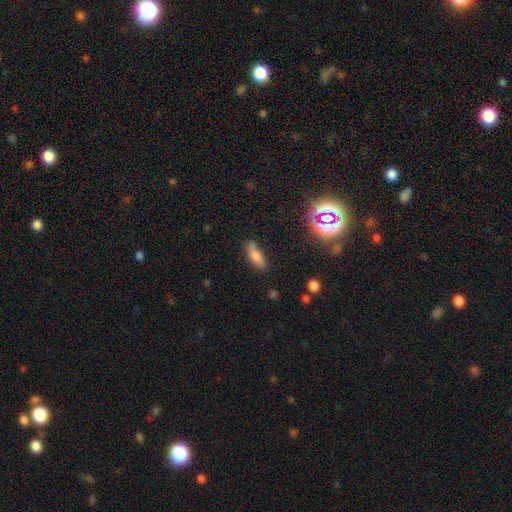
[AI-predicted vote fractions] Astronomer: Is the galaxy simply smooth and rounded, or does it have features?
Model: smooth — 70%.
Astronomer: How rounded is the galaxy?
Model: in between — 67%.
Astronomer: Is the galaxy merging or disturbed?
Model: none — 70%.